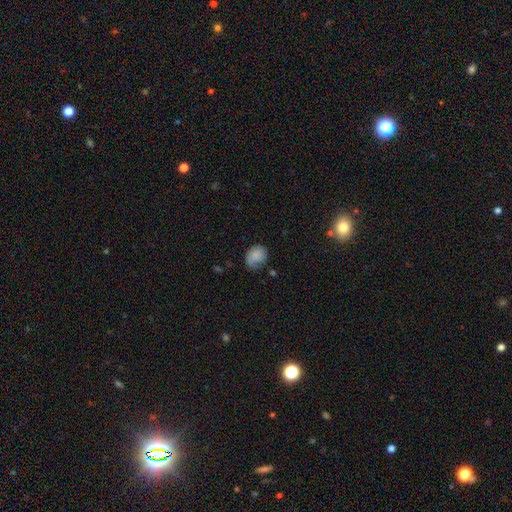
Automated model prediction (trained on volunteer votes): A smooth galaxy with no disk features (78%) that is in between round and cigar-shaped (55%).

Vote fractions:
- Smooth or featured? smooth: 78% / featured or disk: 14% / star or artifact: 9%
- How rounded? in between: 55% / round: 44% / cigar-shaped: 1%
- Merging? none: 50% / minor disturbance: 34% / major disturbance: 13% / merger: 3%